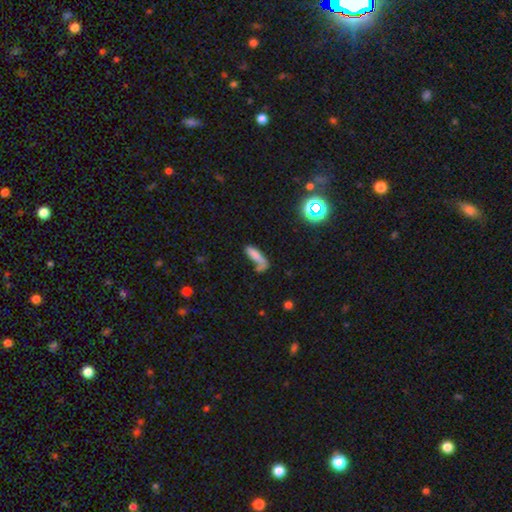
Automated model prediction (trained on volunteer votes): smooth-or-featured: smooth: 69% | featured or disk: 17% | star or artifact: 13%
  how-rounded: cigar-shaped: 52% | in between: 43% | round: 5%
  merging: none: 36% | merger: 23% | major disturbance: 21% | minor disturbance: 19%